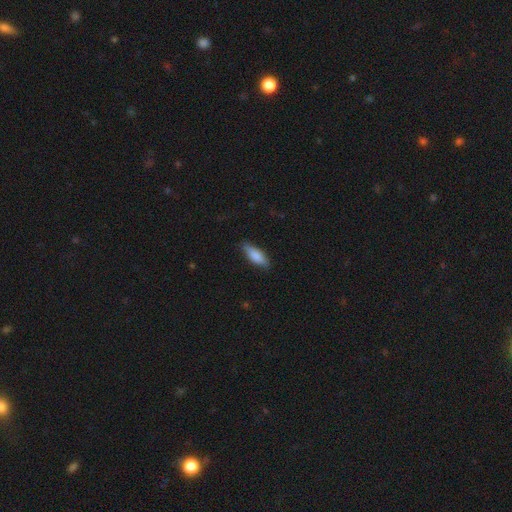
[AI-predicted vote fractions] Smooth or featured?
  - smooth: 82% *
  - featured or disk: 12%
  - star or artifact: 6%
How rounded?
  - in between: 63% *
  - cigar-shaped: 35%
  - round: 2%
Merging?
  - none: 81% *
  - minor disturbance: 16%
  - major disturbance: 3%
  - merger: 1%